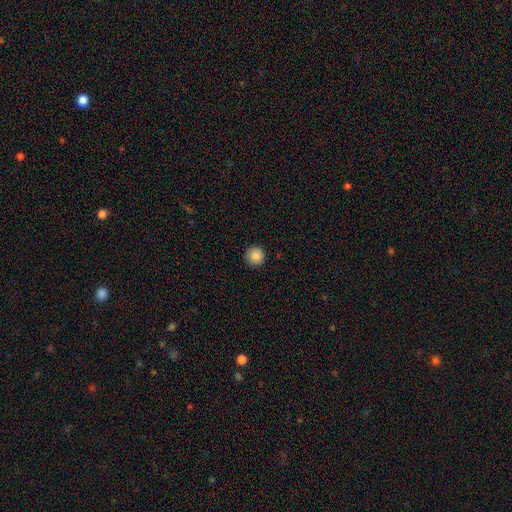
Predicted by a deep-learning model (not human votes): smooth_or_featured: smooth (p=0.87) [alt: star or artifact p=0.09]
how_rounded: round (p=0.96) [alt: in between p=0.03]
merging: none (p=0.92) [alt: minor disturbance p=0.06]